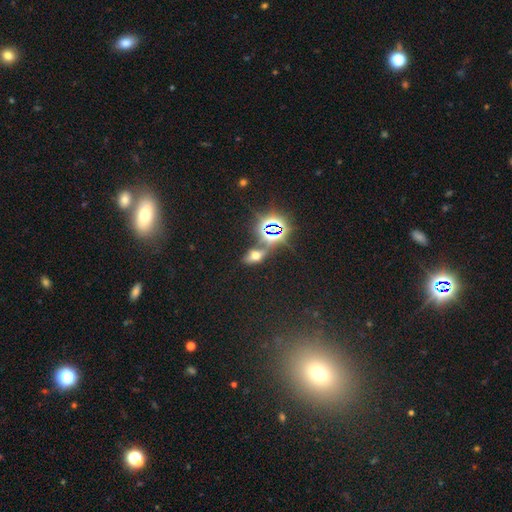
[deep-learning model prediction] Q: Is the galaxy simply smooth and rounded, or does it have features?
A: star or artifact — 47%.